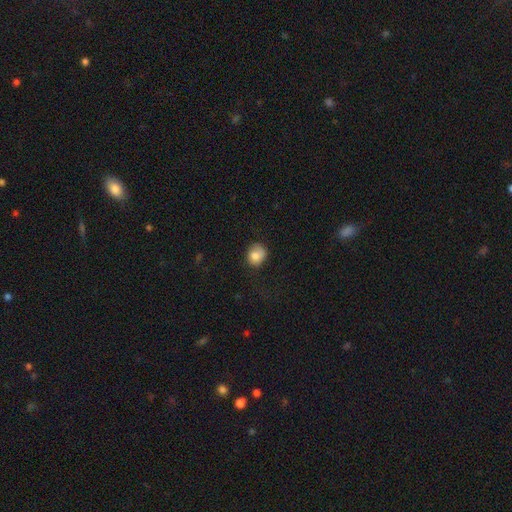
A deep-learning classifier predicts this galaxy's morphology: smooth 81%, featured or disk 10%, star or artifact 9%. Down the decision tree: how rounded — round (69%); merging — none (64%).